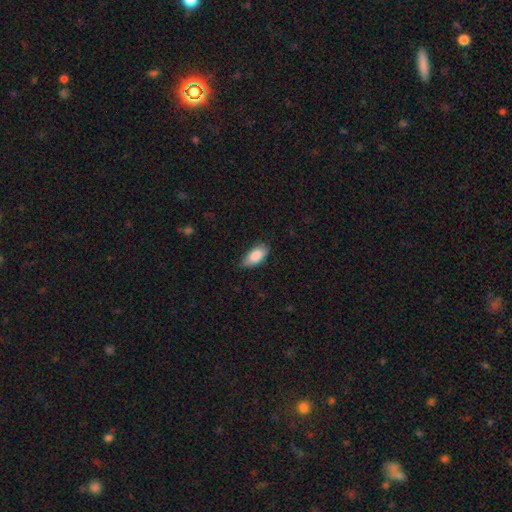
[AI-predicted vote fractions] Overall: smooth (87%). How rounded: in between (92%). Merging: none (73%).